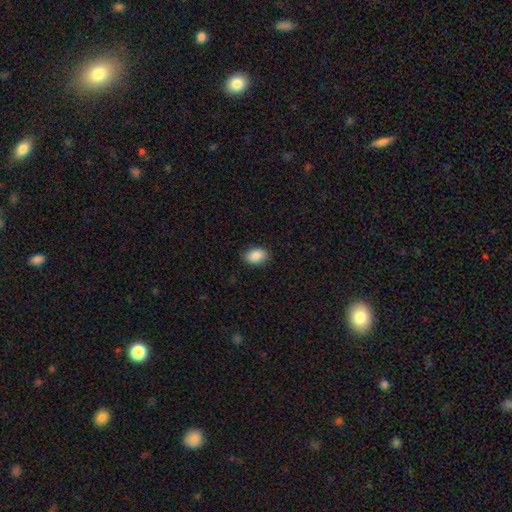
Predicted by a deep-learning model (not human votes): A smooth galaxy with no disk features (88%) that is in between round and cigar-shaped (86%).

Vote fractions:
- Smooth or featured? smooth: 88% / star or artifact: 7% / featured or disk: 5%
- How rounded? in between: 86% / round: 13% / cigar-shaped: 1%
- Merging? none: 86% / minor disturbance: 11% / major disturbance: 2% / merger: 1%